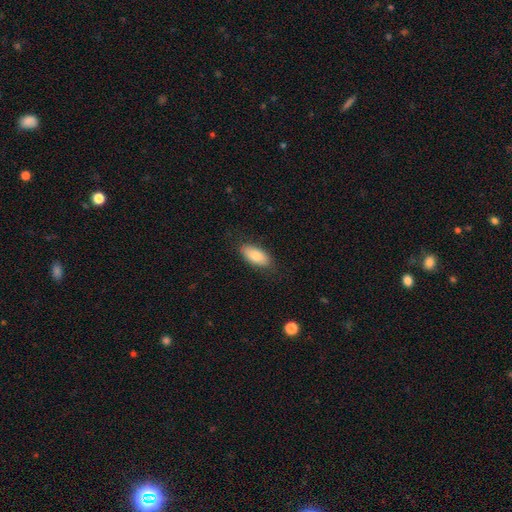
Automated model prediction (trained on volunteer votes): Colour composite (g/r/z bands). It shows a smooth galaxy with no disk features (78%) that is in between round and cigar-shaped (89%). Merging: none (83%).